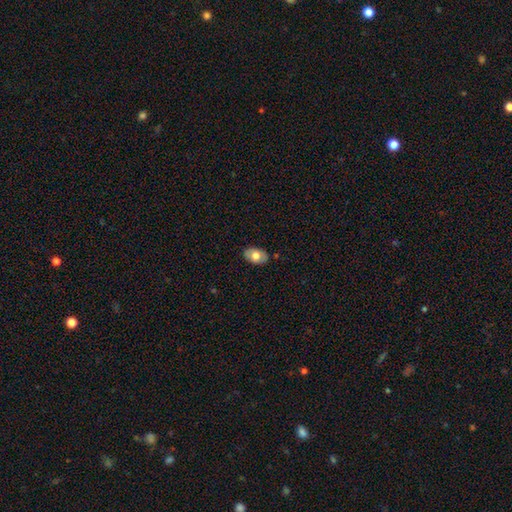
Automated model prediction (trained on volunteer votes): The model was most divided on "smooth or featured": smooth: 68%, featured or disk: 25%, star or artifact: 7%. More confident: how rounded — in between (90%); merging — none (84%).